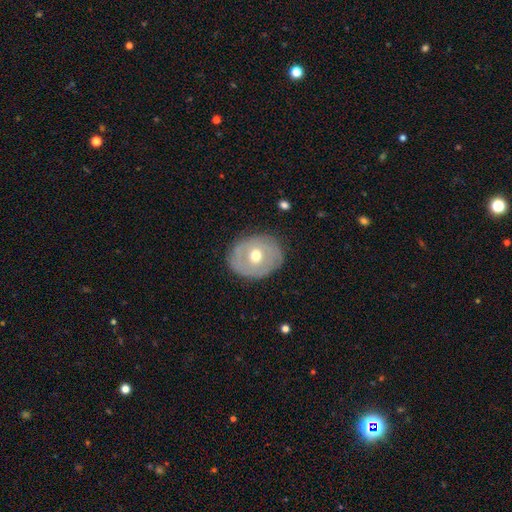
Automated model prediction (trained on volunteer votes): Morphology: type=featured or disk (55%); edge-on=no (94%); bar=no (72%); spiral arms=no (62%); bulge=moderate (76%); merging=none (79%).